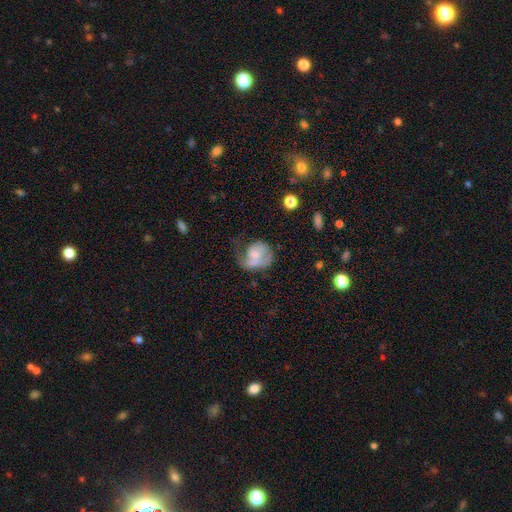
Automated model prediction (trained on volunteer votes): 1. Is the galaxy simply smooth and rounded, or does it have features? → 52% featured or disk, 41% smooth, 7% star or artifact.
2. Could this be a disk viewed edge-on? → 97% no, 3% yes.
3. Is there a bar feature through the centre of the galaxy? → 73% no, 23% weak, 4% strong.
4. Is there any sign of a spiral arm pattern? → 69% yes, 31% no.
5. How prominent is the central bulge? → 47% small, 35% moderate, 12% none, 5% large, 2% dominant.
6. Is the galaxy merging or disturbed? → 43% major disturbance, 29% none, 22% minor disturbance, 7% merger.